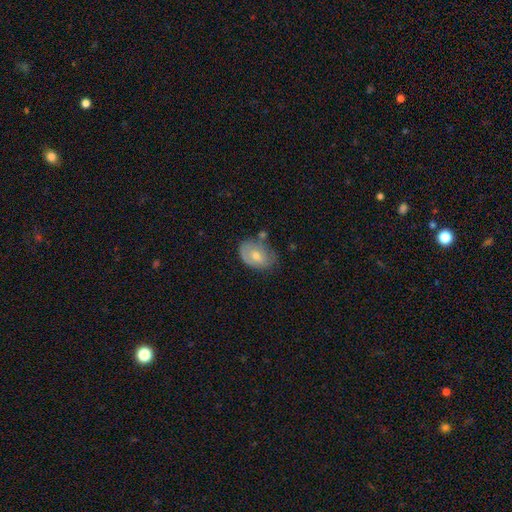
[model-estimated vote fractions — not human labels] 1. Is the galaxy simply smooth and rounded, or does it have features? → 48% smooth, 44% featured or disk, 8% star or artifact.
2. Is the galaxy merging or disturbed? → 58% none, 27% minor disturbance, 8% major disturbance, 7% merger.